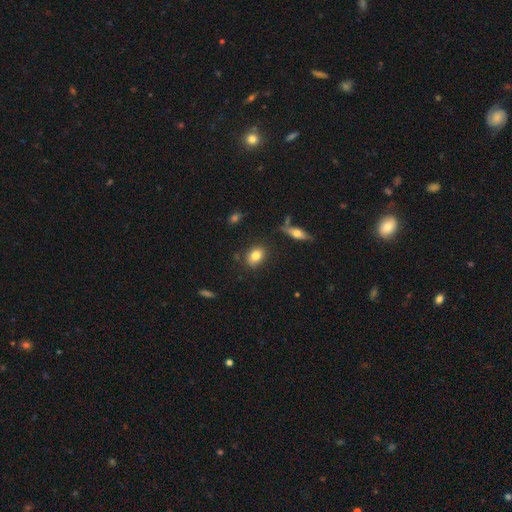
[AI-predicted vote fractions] smooth 80%, featured or disk 12%, star or artifact 8%. Down the decision tree: how rounded — in between (67%); merging — none (79%).